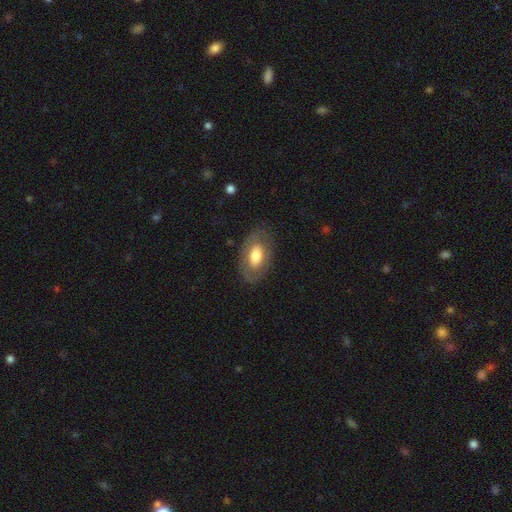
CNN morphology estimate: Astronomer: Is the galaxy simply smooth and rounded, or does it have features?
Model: smooth — 57% (runner-up: featured or disk, 37%).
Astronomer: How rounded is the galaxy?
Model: in between — 91%.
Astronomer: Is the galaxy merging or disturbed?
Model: none — 77%.